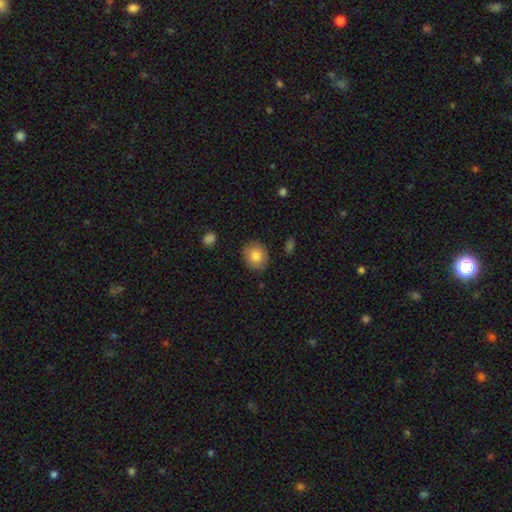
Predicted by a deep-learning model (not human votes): smooth 81%, featured or disk 11%, star or artifact 8%. Down the decision tree: how rounded — round (73%); merging — none (86%).